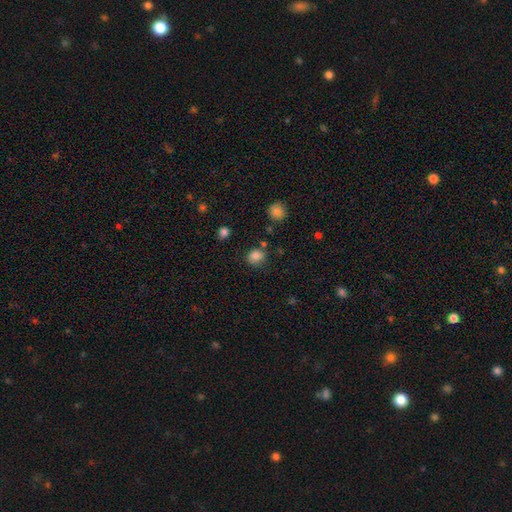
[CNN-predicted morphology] Smooth or featured: smooth — 82% (star or artifact — 12%)
How rounded: round — 81% (in between — 18%)
Merging: none — 78% (minor disturbance — 14%)